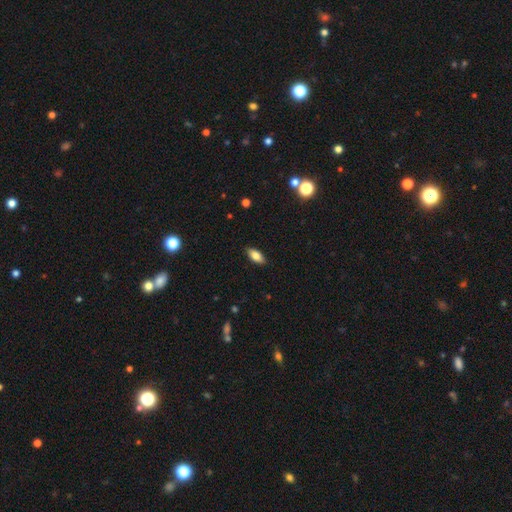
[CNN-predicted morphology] Overall: smooth (80%). How rounded: in between (86%). Merging: none (88%).